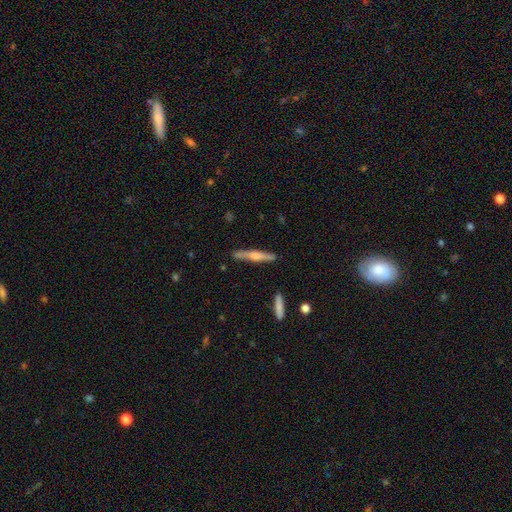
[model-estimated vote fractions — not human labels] Q: Smooth or featured?
A: featured or disk (53%); runner-up: smooth (42%)
Q: Edge-on disk?
A: yes (97%); runner-up: no (3%)
Q: Edge-on bulge?
A: rounded (63%); runner-up: boxy (24%)
Q: Merging?
A: none (87%); runner-up: minor disturbance (9%)